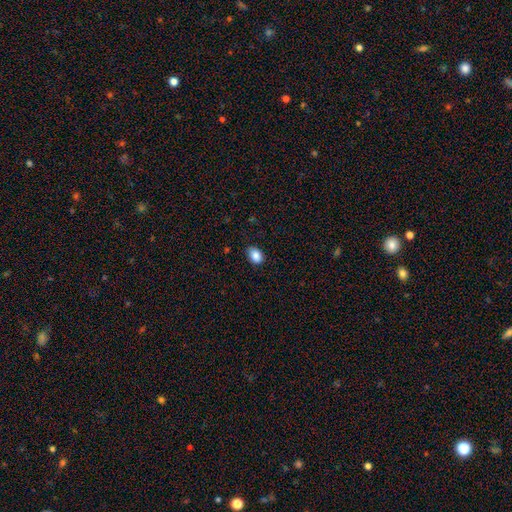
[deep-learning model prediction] This is clearly a smooth galaxy (87%). How rounded: clearly in between (80%). Merging: clearly none (82%).